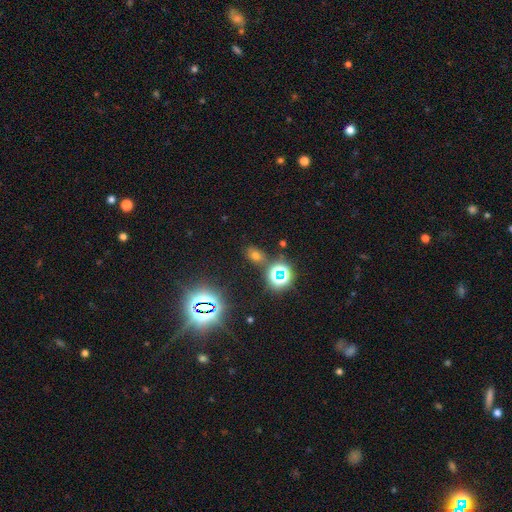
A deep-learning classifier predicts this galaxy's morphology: smooth-or-featured: smooth: 52% | star or artifact: 38% | featured or disk: 10%
  how-rounded: in between: 69% | round: 29% | cigar-shaped: 2%
  merging: none: 77% | minor disturbance: 12% | merger: 6% | major disturbance: 4%